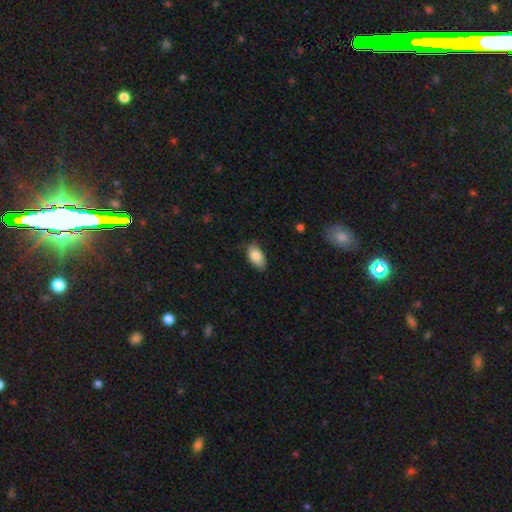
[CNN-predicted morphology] A smooth galaxy with no disk features (83%) that is in between round and cigar-shaped (93%). Merging: none (79%).